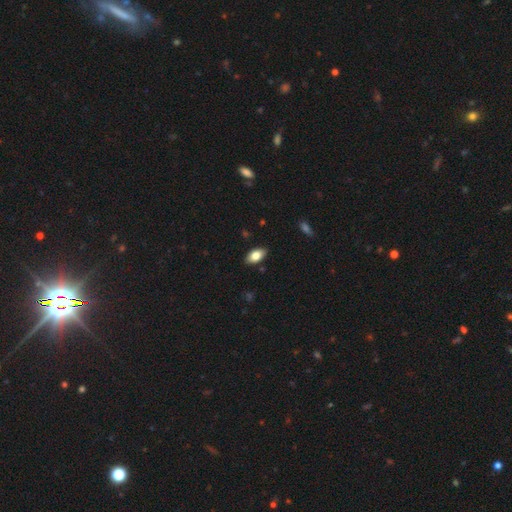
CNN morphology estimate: A smooth galaxy with no disk features (81%) that is in between round and cigar-shaped (92%).

Vote fractions:
- Smooth or featured? smooth: 81% / featured or disk: 12% / star or artifact: 7%
- How rounded? in between: 92% / round: 4% / cigar-shaped: 4%
- Merging? none: 87% / minor disturbance: 10% / major disturbance: 2% / merger: 1%